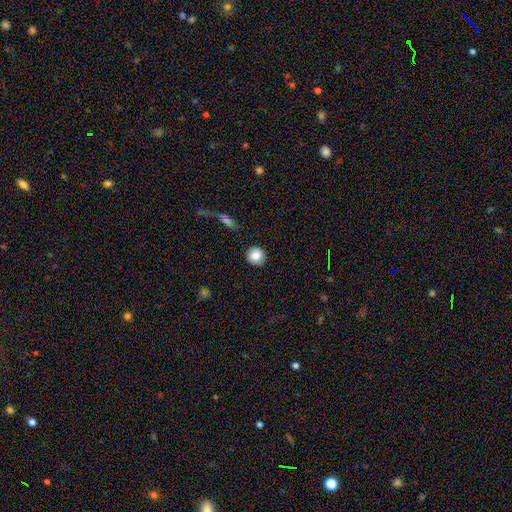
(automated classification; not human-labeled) The model was most divided on "smooth or featured": smooth: 84%, star or artifact: 8%, featured or disk: 8%. More confident: how rounded — round (91%); merging — none (88%).